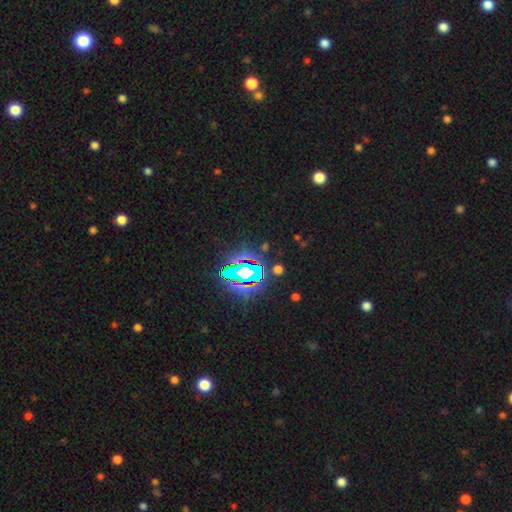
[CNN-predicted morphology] A star or artifact, not a galaxy (83%).